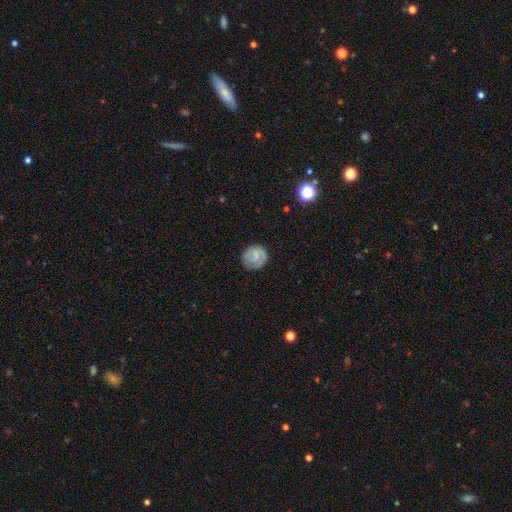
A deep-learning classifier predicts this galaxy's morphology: Smooth or featured? smooth (48%)
Merging? none (78%)